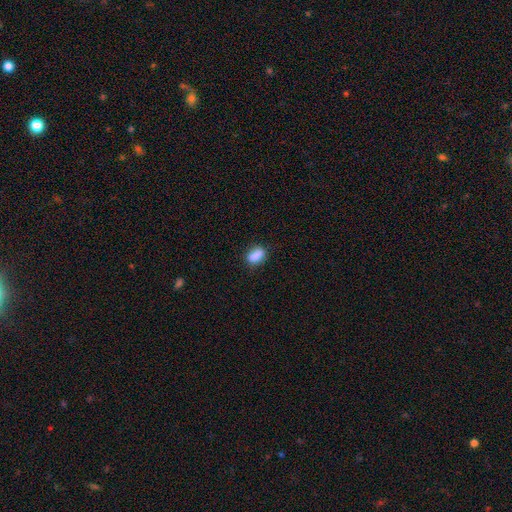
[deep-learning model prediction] Morphology: type=smooth (84%); roundness=in between (77%); merging=none (74%).